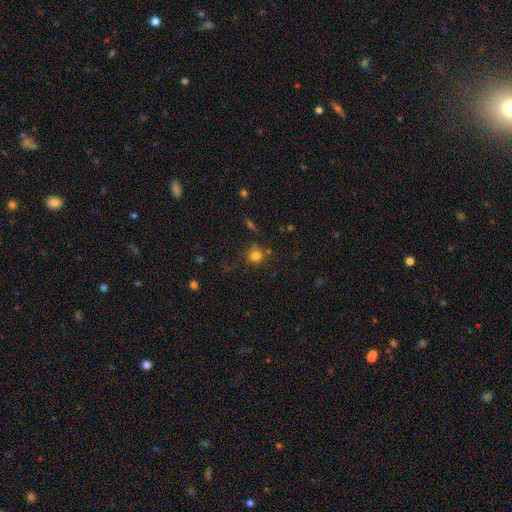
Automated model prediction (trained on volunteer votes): Morphology: type=smooth (79%); roundness=round (83%); merging=none (71%).